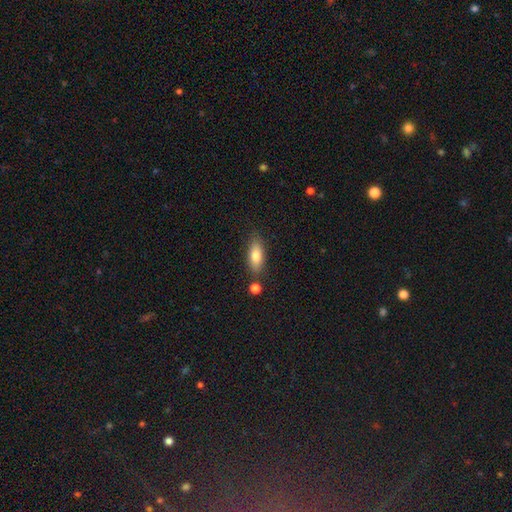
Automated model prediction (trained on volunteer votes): smooth-or-featured: smooth: 80% | featured or disk: 13% | star or artifact: 7%
  how-rounded: in between: 72% | cigar-shaped: 25% | round: 3%
  merging: none: 77% | minor disturbance: 13% | merger: 7% | major disturbance: 3%